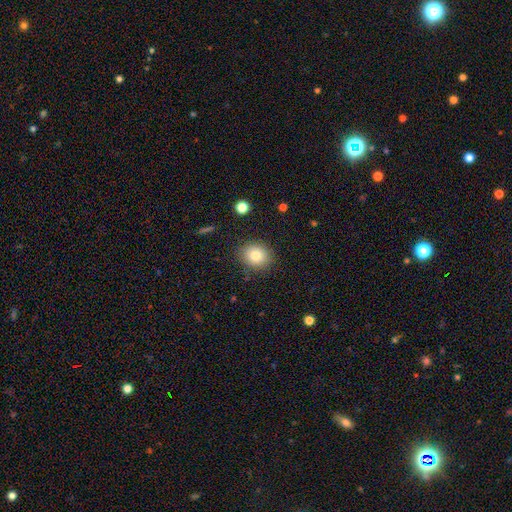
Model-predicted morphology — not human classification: Overall: smooth (80%). How rounded: round (70%). Merging: none (87%).